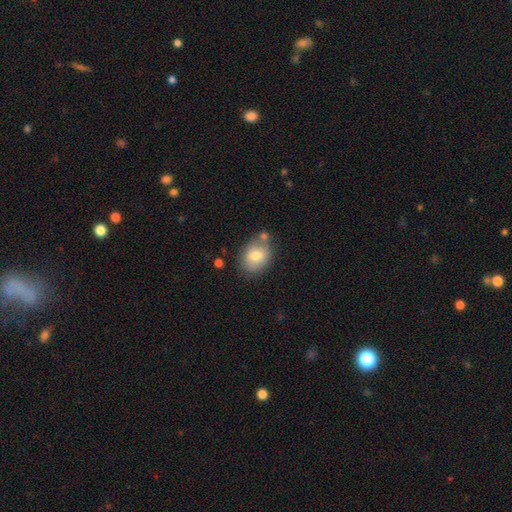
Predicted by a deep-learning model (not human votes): smooth 71%, featured or disk 21%, star or artifact 8%. Down the decision tree: how rounded — in between (64%); merging — none (65%).